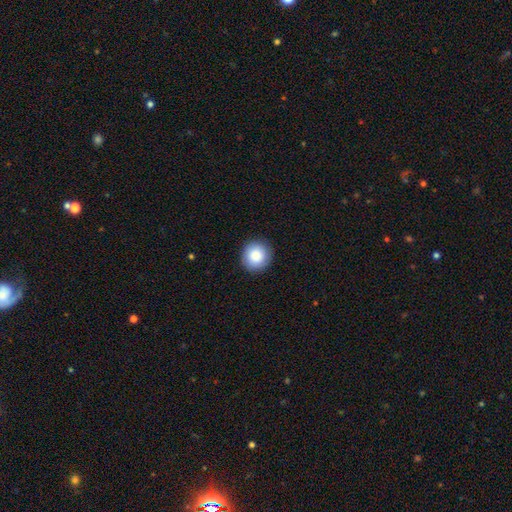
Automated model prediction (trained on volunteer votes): The model was most divided on "smooth or featured": smooth: 86%, star or artifact: 8%, featured or disk: 6%. More confident: how rounded — round (91%); merging — none (90%).